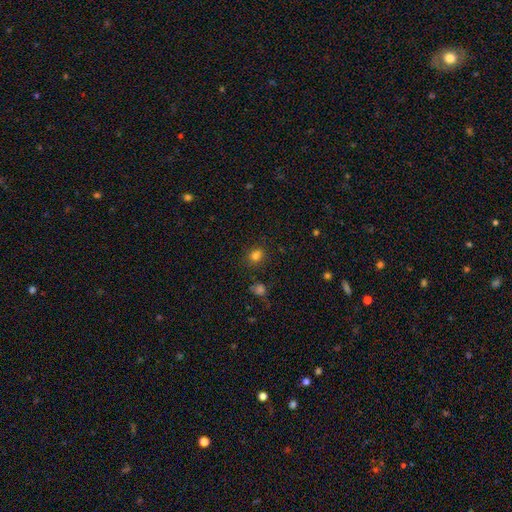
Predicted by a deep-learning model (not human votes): Overall: smooth (79%). How rounded: round (68%; in between 31%). Merging: none (81%).